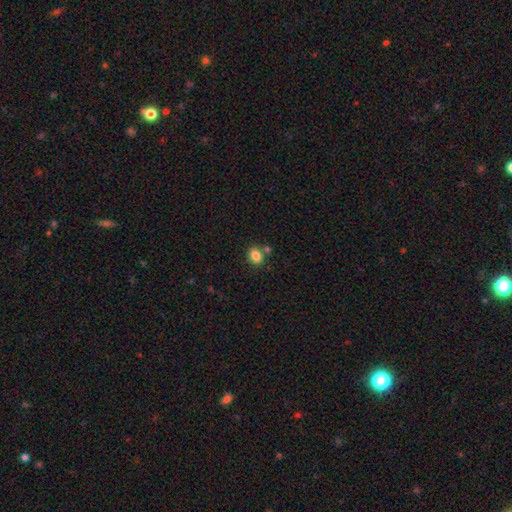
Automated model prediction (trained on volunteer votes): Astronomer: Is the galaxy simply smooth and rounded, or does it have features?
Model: smooth — 85%.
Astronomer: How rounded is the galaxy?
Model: in between — 59% (runner-up: round, 40%).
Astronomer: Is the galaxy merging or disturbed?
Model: none — 71%.